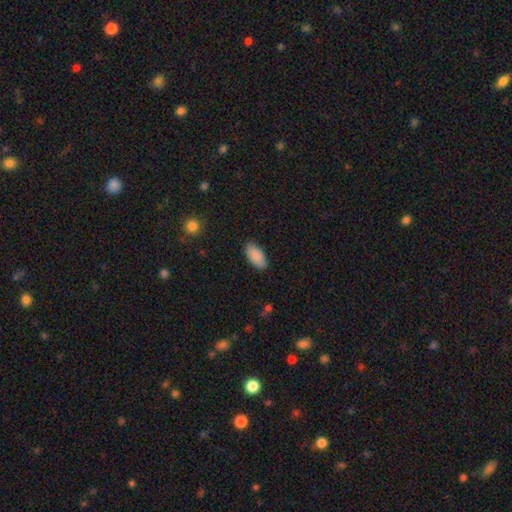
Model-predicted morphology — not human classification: Smooth or featured?
  - smooth: 90% *
  - star or artifact: 6%
  - featured or disk: 4%
How rounded?
  - in between: 92% *
  - cigar-shaped: 6%
  - round: 2%
Merging?
  - none: 87% *
  - minor disturbance: 10%
  - major disturbance: 2%
  - merger: 1%